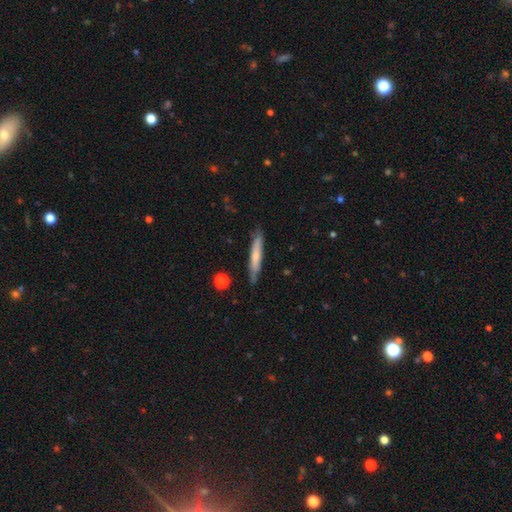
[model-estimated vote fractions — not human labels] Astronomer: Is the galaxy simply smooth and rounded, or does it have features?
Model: smooth — 61%.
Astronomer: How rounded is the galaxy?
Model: cigar-shaped — 93%.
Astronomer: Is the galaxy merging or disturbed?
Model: none — 83%.